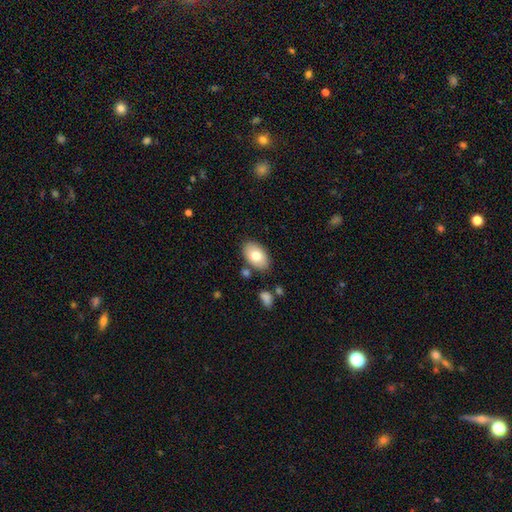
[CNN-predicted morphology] Overall: smooth (77%). How rounded: in between (91%). Merging: none (80%).